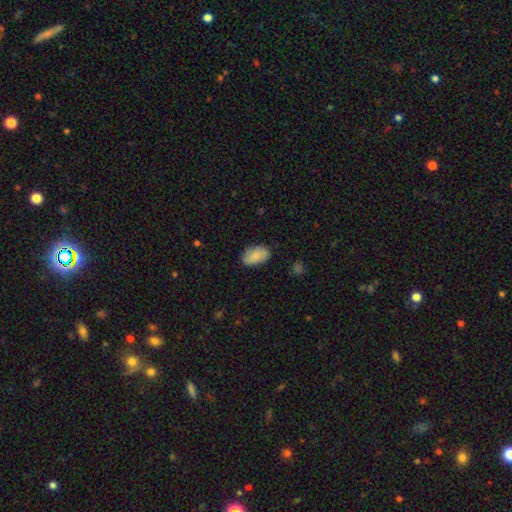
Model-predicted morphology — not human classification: Smooth or featured?
  - smooth: 83% *
  - featured or disk: 11%
  - star or artifact: 6%
How rounded?
  - in between: 92% *
  - round: 6%
  - cigar-shaped: 1%
Merging?
  - none: 84% *
  - minor disturbance: 12%
  - major disturbance: 2%
  - merger: 1%